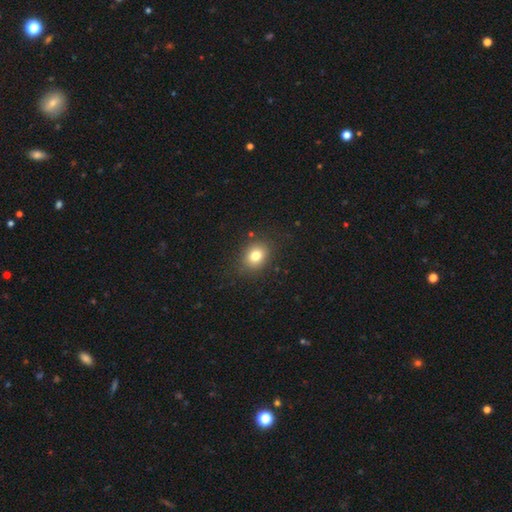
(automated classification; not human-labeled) Morphology: type=smooth (79%); roundness=round (56%); merging=none (85%).